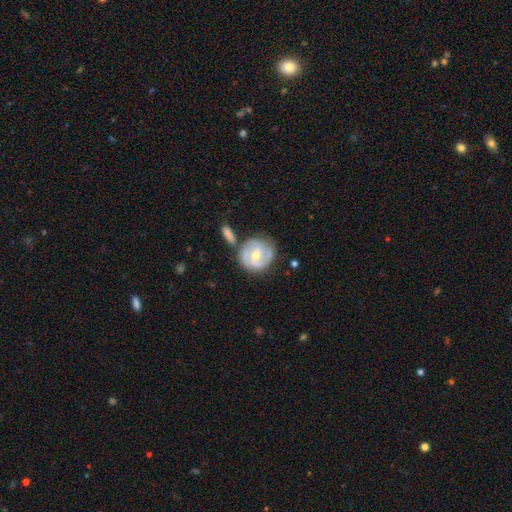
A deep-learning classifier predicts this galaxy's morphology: type=featured or disk (70%); edge-on=no (97%); bar=no (46%); spiral arms=yes (85%); winding=tight (53%); arm count=2 (56%); bulge=moderate (58%); merging=none (59%).